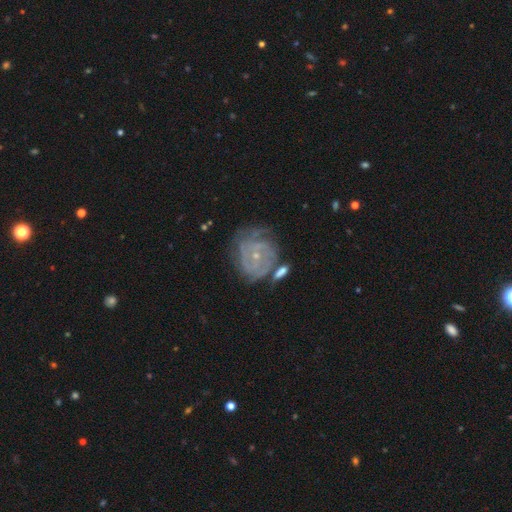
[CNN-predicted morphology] This appears to be a featured or disk galaxy (83%) with no bar (71%), tight (75%) spiral arms (93%) and a small central bulge (79%). Merging: none (59%).